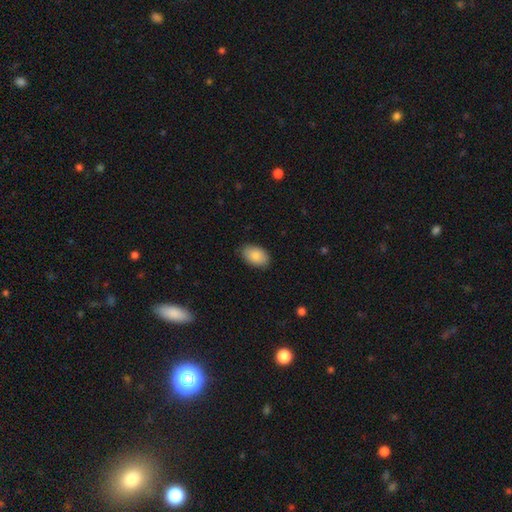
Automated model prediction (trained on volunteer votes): Morphology: type=smooth (87%); roundness=in between (90%); merging=none (84%).